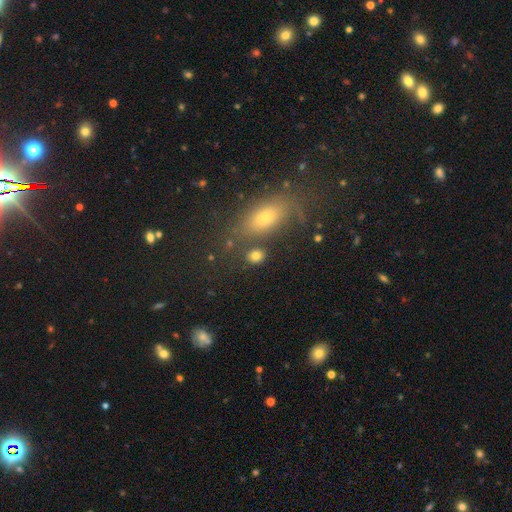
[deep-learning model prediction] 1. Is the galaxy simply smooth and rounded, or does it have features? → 81% smooth, 11% star or artifact, 7% featured or disk.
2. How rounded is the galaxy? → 51% round, 46% in between, 3% cigar-shaped.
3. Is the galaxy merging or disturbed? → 78% none, 11% minor disturbance, 7% merger, 5% major disturbance.